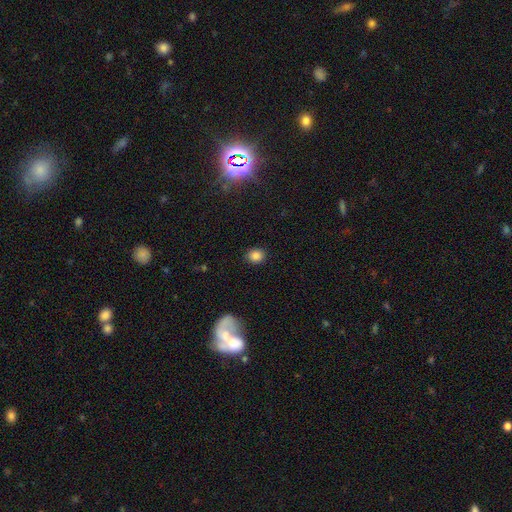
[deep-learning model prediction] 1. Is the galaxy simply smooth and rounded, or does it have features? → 84% smooth, 11% star or artifact, 5% featured or disk.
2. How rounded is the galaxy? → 70% round, 29% in between, 1% cigar-shaped.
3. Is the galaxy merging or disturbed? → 88% none, 8% minor disturbance, 2% major disturbance, 1% merger.